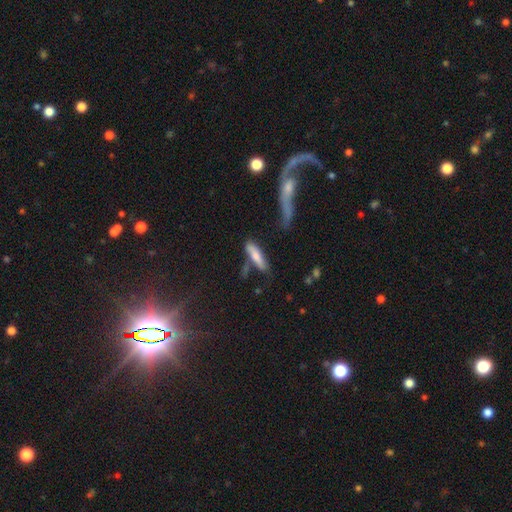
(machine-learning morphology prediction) A smooth galaxy with no disk features (69%) that is cigar-shaped (71%). Merging: none (53%).